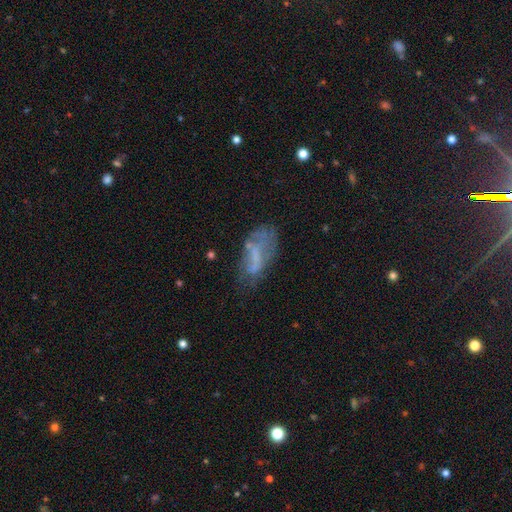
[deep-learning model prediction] featured or disk 48%, smooth 39%, star or artifact 13%. Down the decision tree: merging — none (42%).